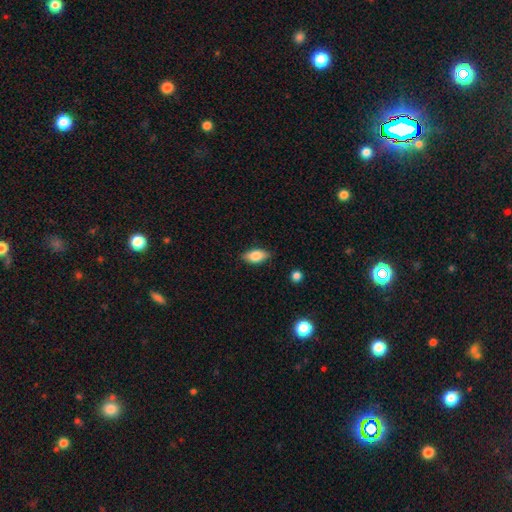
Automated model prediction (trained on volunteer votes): Q: Smooth or featured?
A: smooth (80%); runner-up: featured or disk (13%)
Q: How rounded?
A: in between (87%); runner-up: cigar-shaped (9%)
Q: Merging?
A: none (83%); runner-up: minor disturbance (13%)